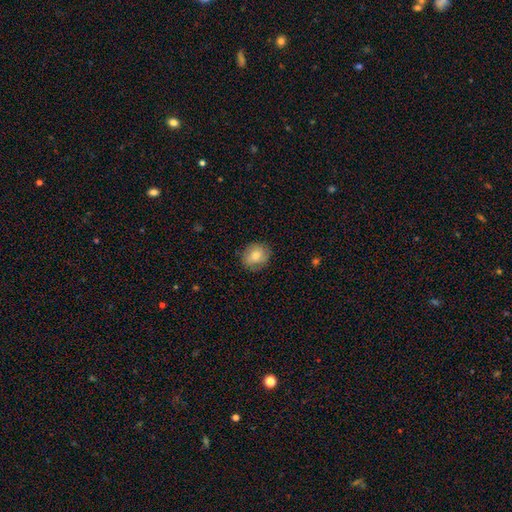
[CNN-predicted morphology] smooth-or-featured: smooth: 76% | featured or disk: 16% | star or artifact: 8%
  how-rounded: round: 69% | in between: 30% | cigar-shaped: 1%
  merging: none: 82% | minor disturbance: 14% | major disturbance: 3% | merger: 1%